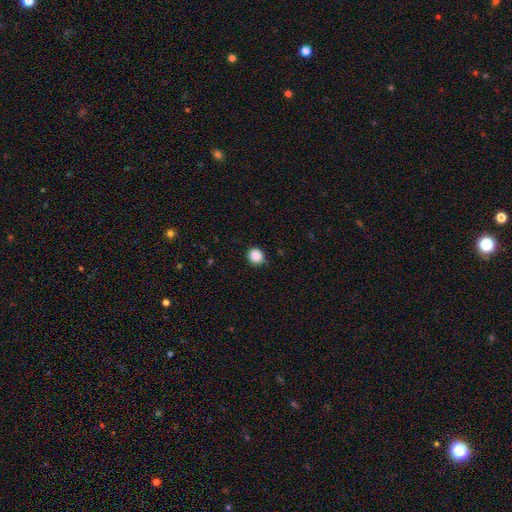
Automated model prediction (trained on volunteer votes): Smooth or featured? Predicted: smooth (p=0.87). How rounded? Predicted: round (p=0.84). Merging? Predicted: none (p=0.85).